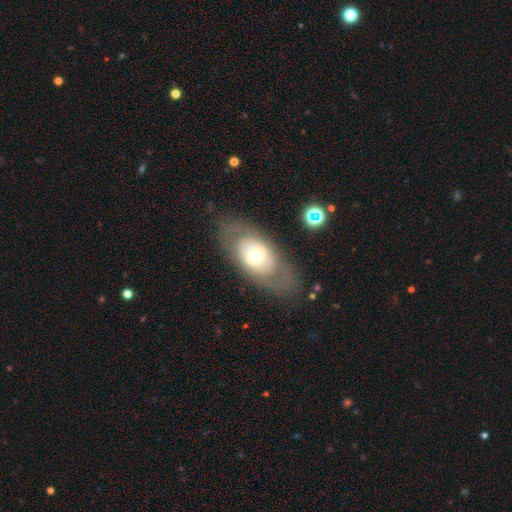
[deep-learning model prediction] This is possibly a featured or disk galaxy (47%). Merging: likely none (78%).